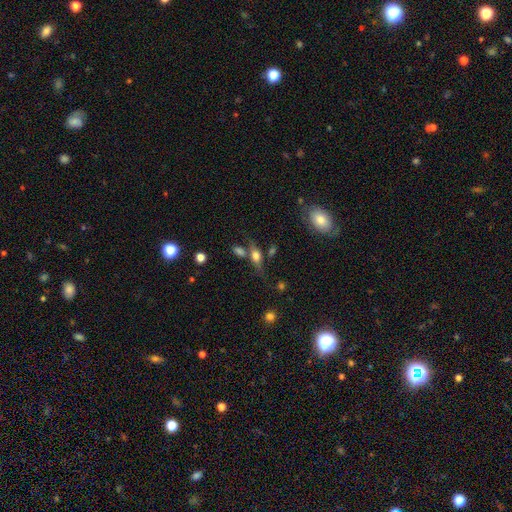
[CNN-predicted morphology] Q: Smooth or featured?
A: featured or disk (48%); runner-up: smooth (41%)
Q: Merging?
A: none (61%); runner-up: minor disturbance (17%)